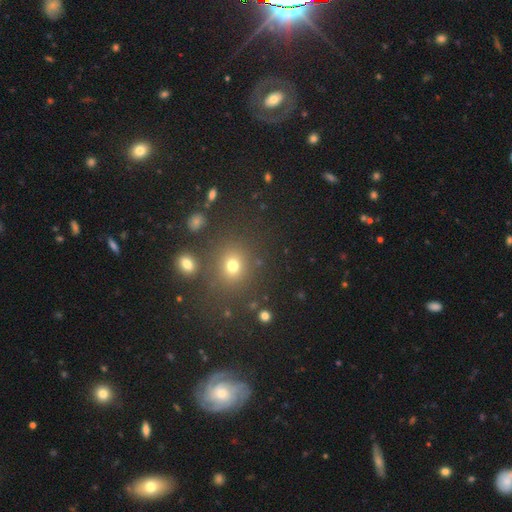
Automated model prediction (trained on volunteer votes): Smooth or featured: smooth — 50% (star or artifact — 37%)
Merging: none — 82% (minor disturbance — 9%)